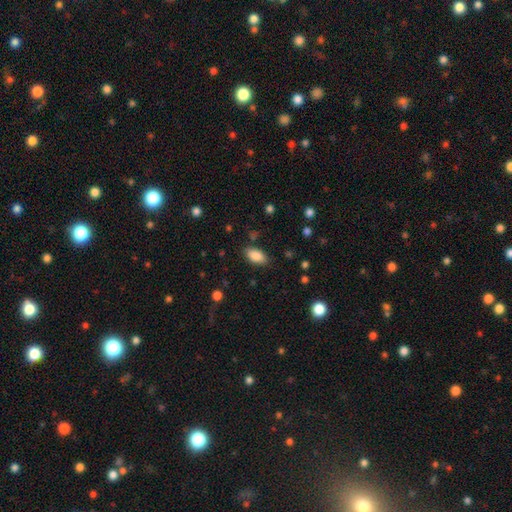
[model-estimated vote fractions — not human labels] Q: Smooth or featured?
A: smooth (87%); runner-up: star or artifact (8%)
Q: How rounded?
A: in between (92%); runner-up: cigar-shaped (5%)
Q: Merging?
A: none (84%); runner-up: minor disturbance (11%)